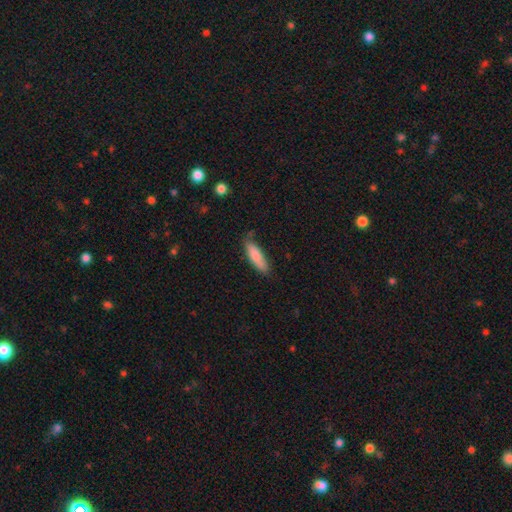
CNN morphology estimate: This is clearly a smooth galaxy (83%). How rounded: possibly cigar-shaped (57%). Merging: likely none (76%).